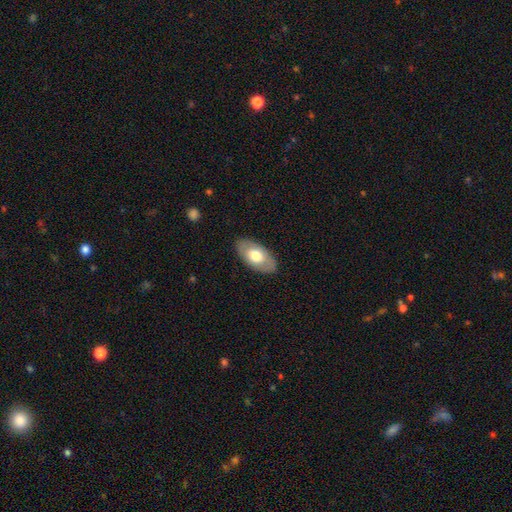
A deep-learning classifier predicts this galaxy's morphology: The model was most divided on "smooth or featured": smooth: 63%, featured or disk: 31%, star or artifact: 5%. More confident: how rounded — in between (94%); merging — none (87%).